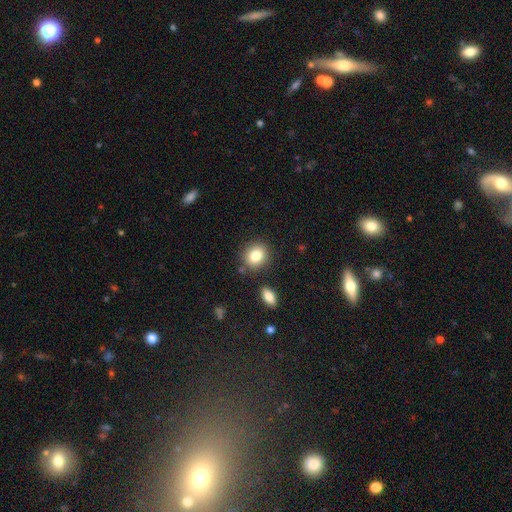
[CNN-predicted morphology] Overall: smooth (82%). How rounded: round (73%). Merging: none (81%).